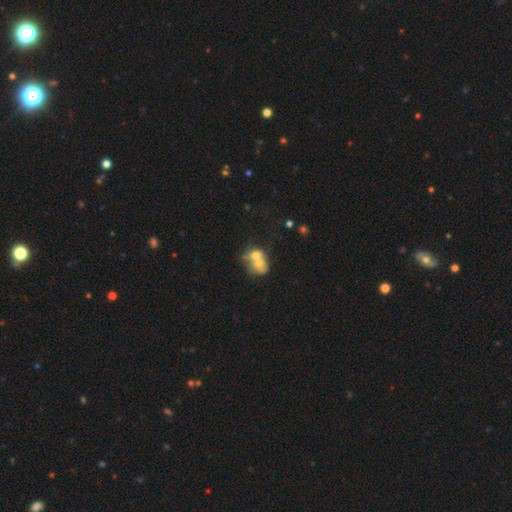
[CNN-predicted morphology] smooth-or-featured: smooth: 62% | featured or disk: 28% | star or artifact: 9%
  how-rounded: in between: 50% | round: 48% | cigar-shaped: 1%
  merging: merger: 74% | none: 15% | minor disturbance: 6% | major disturbance: 4%